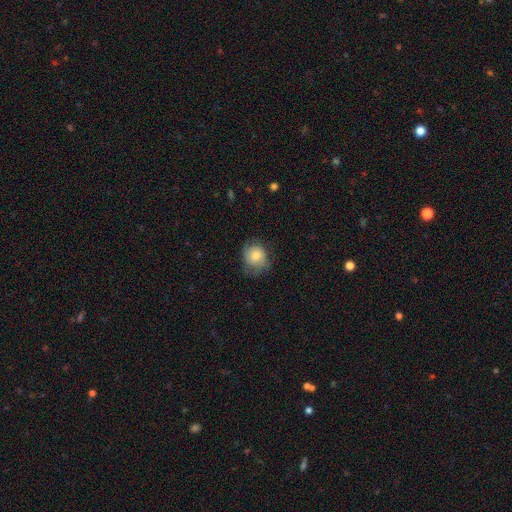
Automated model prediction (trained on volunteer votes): A smooth galaxy with no disk features (66%) that is round (78%). Merging: none (63%).